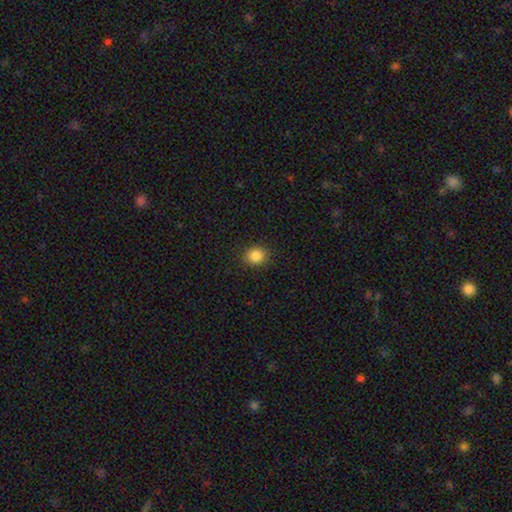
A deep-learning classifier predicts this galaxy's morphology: type=smooth (85%); roundness=round (80%); merging=none (91%).